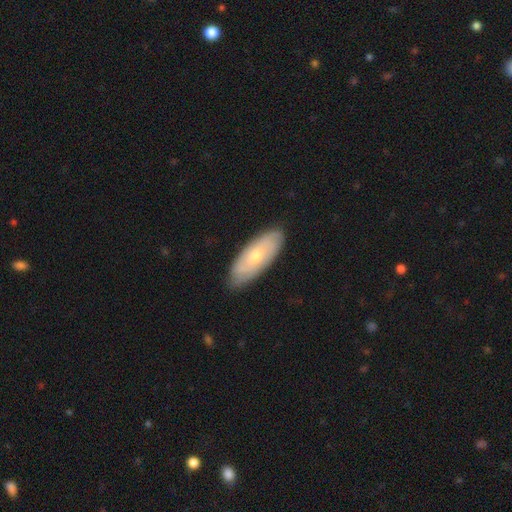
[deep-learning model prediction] Overall: featured or disk (51%; smooth 43%). Edge-on disk: no (81%). Merging: none (84%).